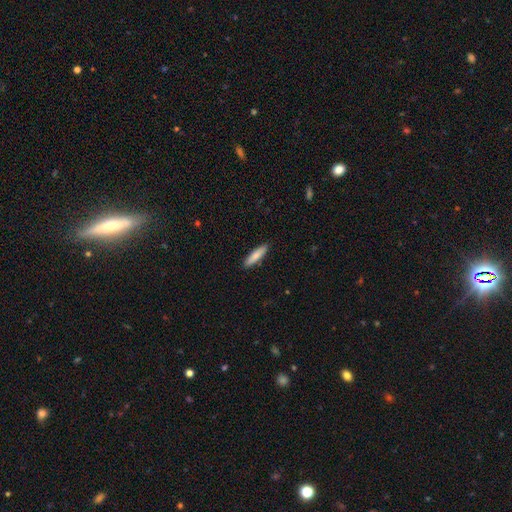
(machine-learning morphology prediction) Smooth or featured?
  - smooth: 81% *
  - featured or disk: 13%
  - star or artifact: 5%
How rounded?
  - cigar-shaped: 79% *
  - in between: 20%
  - round: 1%
Merging?
  - none: 90% *
  - minor disturbance: 7%
  - major disturbance: 2%
  - merger: 1%